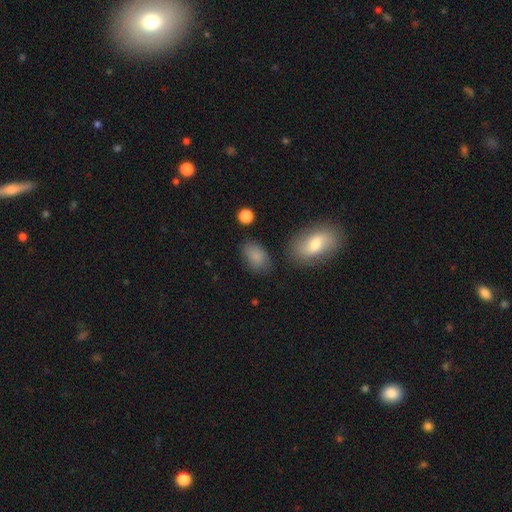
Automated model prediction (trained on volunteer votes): A smooth galaxy with no disk features (85%) that is in between round and cigar-shaped (88%). Merging: none (72%).